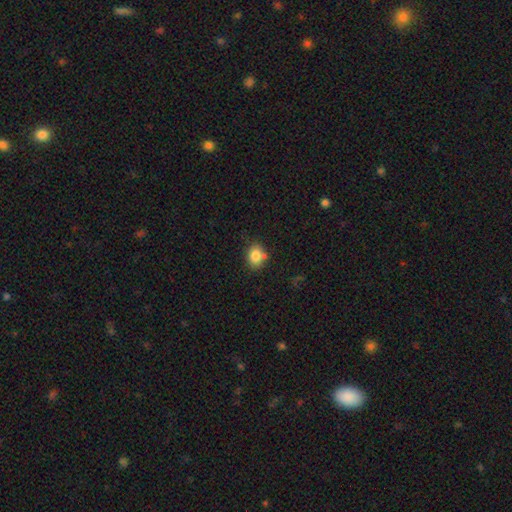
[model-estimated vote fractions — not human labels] This is clearly a smooth galaxy (82%). How rounded: possibly round (52%). Merging: likely none (67%).